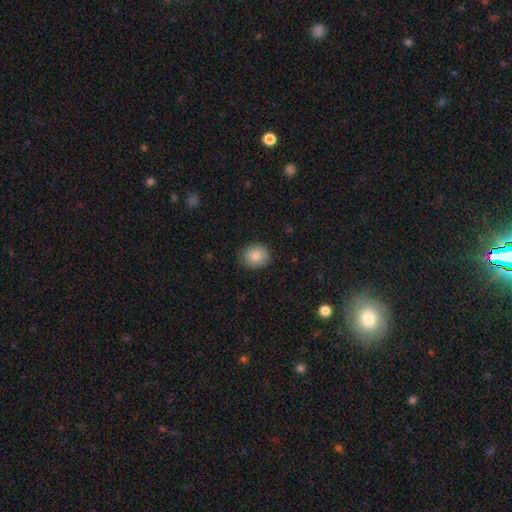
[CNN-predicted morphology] smooth-or-featured: smooth: 86% | star or artifact: 8% | featured or disk: 5%
  how-rounded: round: 72% | in between: 28% | cigar-shaped: 1%
  merging: none: 84% | minor disturbance: 12% | major disturbance: 3% | merger: 1%